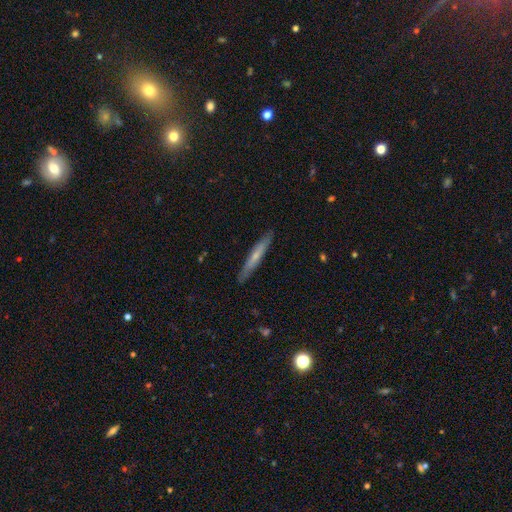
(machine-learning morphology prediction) A smooth galaxy with no disk features (50%) that is cigar-shaped (95%).

Vote fractions:
- Smooth or featured? smooth: 50% / featured or disk: 44% / star or artifact: 6%
- How rounded? cigar-shaped: 95% / in between: 4% / round: 1%
- Merging? none: 88% / minor disturbance: 9% / major disturbance: 2% / merger: 1%